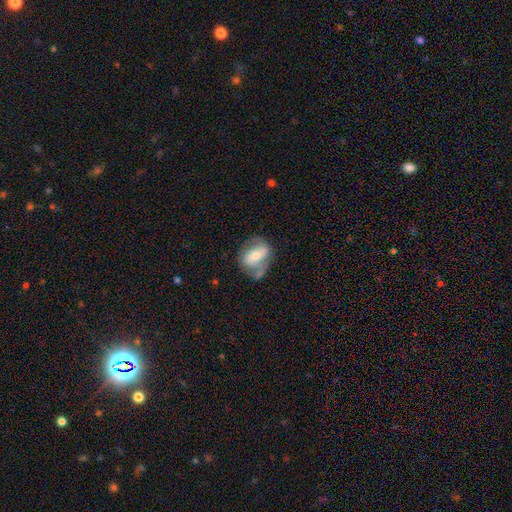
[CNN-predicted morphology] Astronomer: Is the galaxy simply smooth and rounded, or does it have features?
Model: featured or disk — 59% (runner-up: smooth, 34%).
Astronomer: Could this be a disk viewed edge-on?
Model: no — 95%.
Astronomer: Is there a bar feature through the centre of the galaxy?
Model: strong — 35%, tied with weak at 35%.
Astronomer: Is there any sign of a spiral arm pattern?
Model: yes — 69%.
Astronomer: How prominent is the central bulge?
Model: moderate — 52% (runner-up: small, 38%).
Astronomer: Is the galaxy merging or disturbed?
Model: none — 50% (runner-up: minor disturbance, 27%).